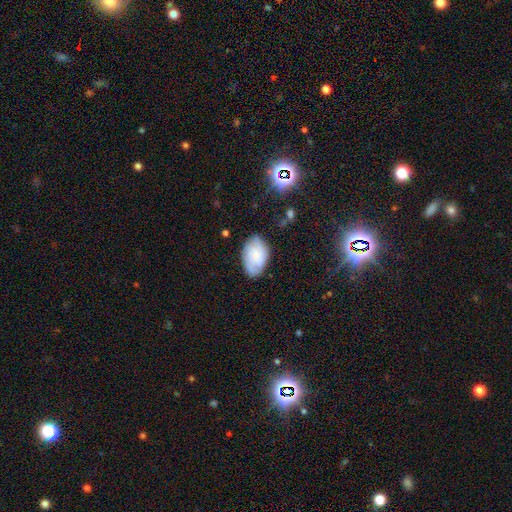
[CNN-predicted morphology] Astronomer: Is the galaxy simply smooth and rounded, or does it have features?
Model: smooth — 53% (runner-up: featured or disk, 38%).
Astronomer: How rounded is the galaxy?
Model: in between — 90%.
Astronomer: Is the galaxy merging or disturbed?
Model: none — 73%.